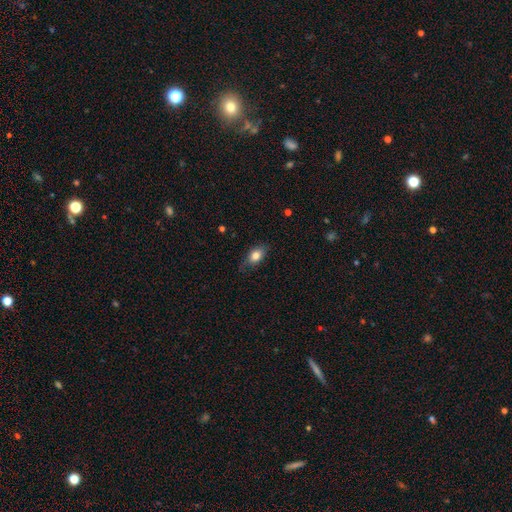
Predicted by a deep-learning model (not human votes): The model was most divided on "merging": none: 73%, minor disturbance: 22%, major disturbance: 5%, merger: 1%. More confident: how rounded — in between (81%); smooth or featured — smooth (78%).